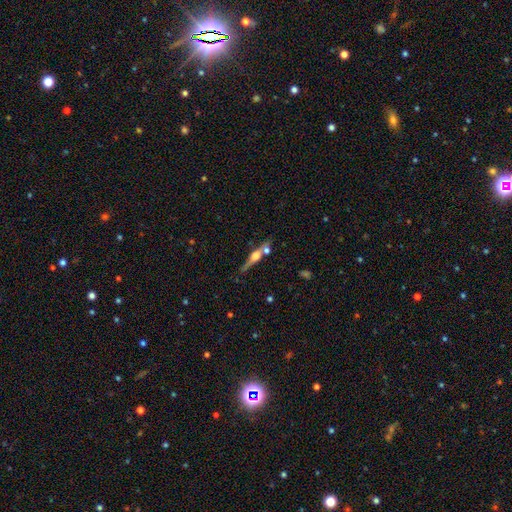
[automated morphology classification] smooth-or-featured: featured or disk: 67% | smooth: 24% | star or artifact: 9%
  disk-edge-on: yes: 93% | no: 7%
    edge-on-bulge: rounded: 89% | boxy: 8% | none: 3%
  merging: none: 59% | merger: 22% | minor disturbance: 14% | major disturbance: 6%